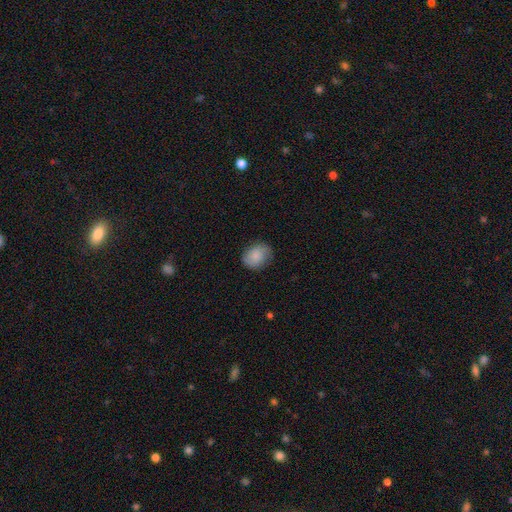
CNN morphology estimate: smooth_or_featured: smooth (p=0.83) [alt: featured or disk p=0.10]
how_rounded: round (p=0.55) [alt: in between p=0.44]
merging: none (p=0.75) [alt: minor disturbance p=0.19]